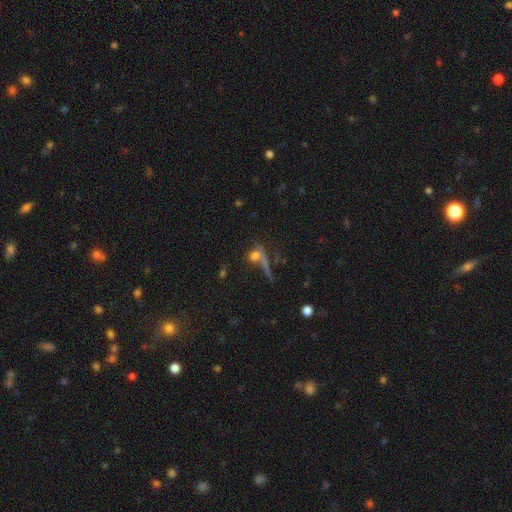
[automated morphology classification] smooth 60%, featured or disk 20%, star or artifact 20%. Down the decision tree: how rounded — round (59%); merging — none (45%).